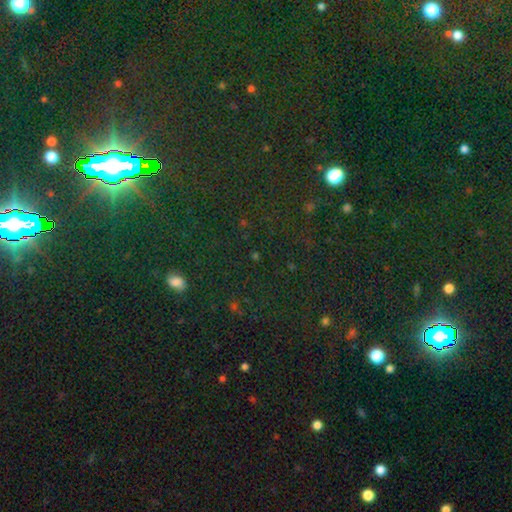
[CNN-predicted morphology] The model was most divided on "smooth or featured": star or artifact: 77%, smooth: 15%, featured or disk: 8%.